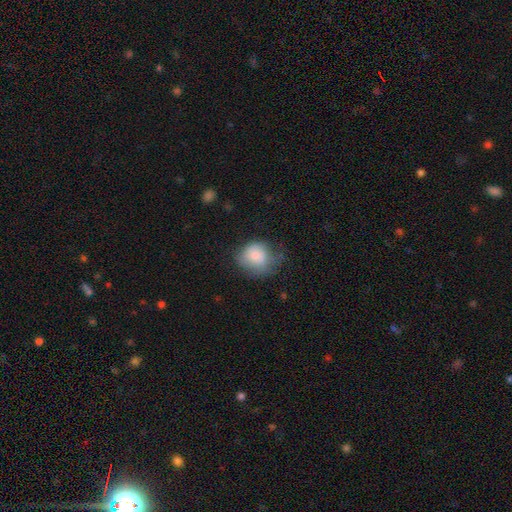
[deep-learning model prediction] smooth_or_featured: smooth (p=0.77) [alt: featured or disk p=0.15]
how_rounded: round (p=0.72) [alt: in between p=0.27]
merging: none (p=0.43) [alt: minor disturbance p=0.35]